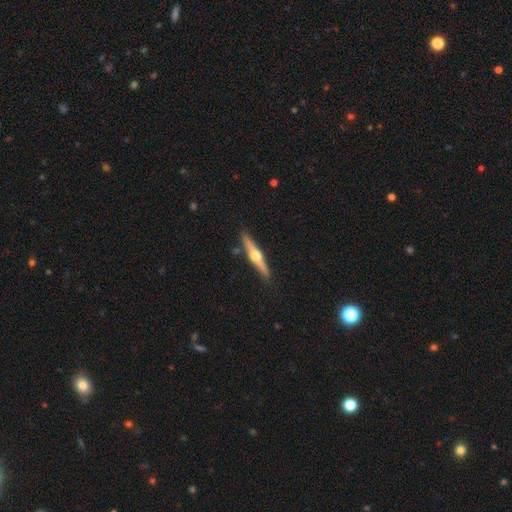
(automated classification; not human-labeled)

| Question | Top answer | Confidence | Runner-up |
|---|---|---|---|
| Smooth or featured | featured or disk | 71% | smooth (24%) |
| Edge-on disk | yes | 97% | no (3%) |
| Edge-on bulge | rounded | 96% | none (2%) |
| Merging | none | 88% | minor disturbance (8%) |